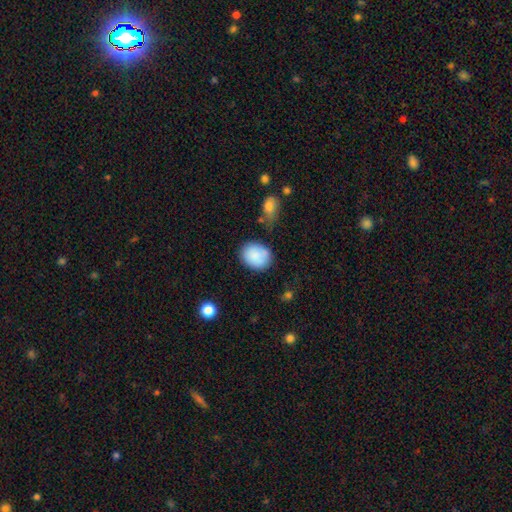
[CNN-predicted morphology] Smooth or featured?
  - smooth: 86% *
  - star or artifact: 7%
  - featured or disk: 7%
How rounded?
  - round: 54% *
  - in between: 45%
  - cigar-shaped: 1%
Merging?
  - none: 72% *
  - minor disturbance: 18%
  - merger: 6%
  - major disturbance: 5%